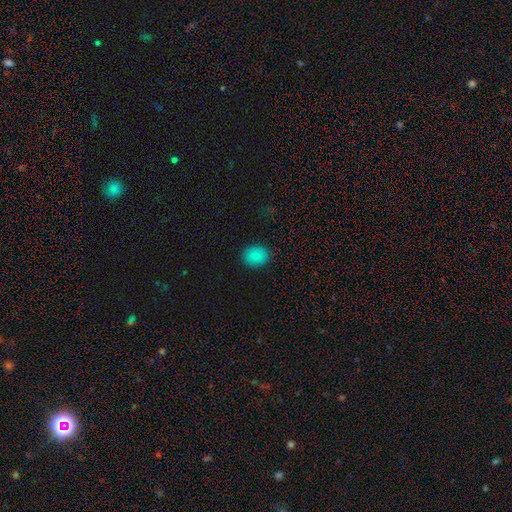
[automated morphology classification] A smooth galaxy with no disk features (84%) that is round (57%).

Vote fractions:
- Smooth or featured? smooth: 84% / star or artifact: 13% / featured or disk: 3%
- How rounded? round: 57% / in between: 42% / cigar-shaped: 1%
- Merging? none: 89% / minor disturbance: 8% / major disturbance: 2% / merger: 1%